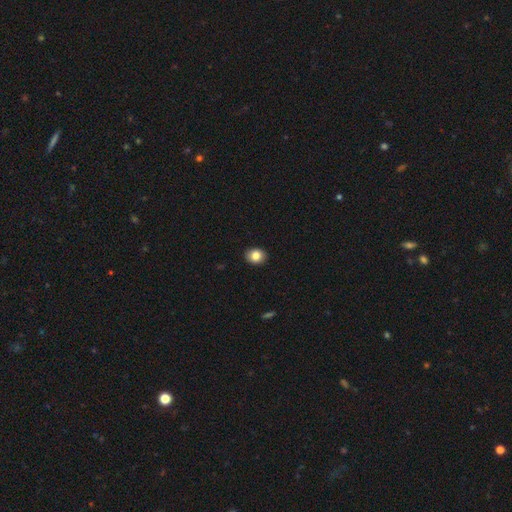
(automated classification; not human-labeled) Overall: smooth (84%). How rounded: in between (50%; round 49%). Merging: none (91%).